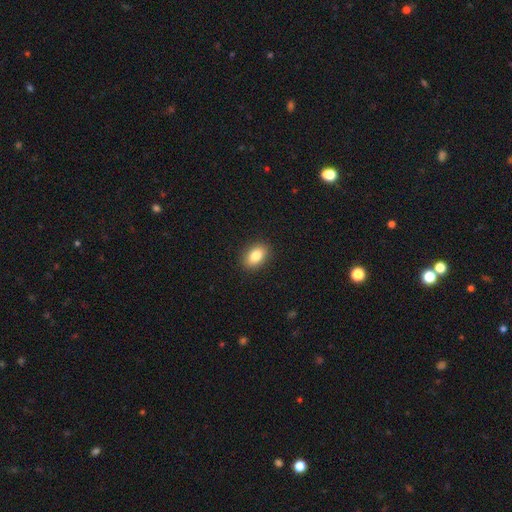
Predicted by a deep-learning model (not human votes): The model was most divided on "how rounded": in between: 82%, round: 16%, cigar-shaped: 1%. More confident: merging — none (90%); smooth or featured — smooth (84%).